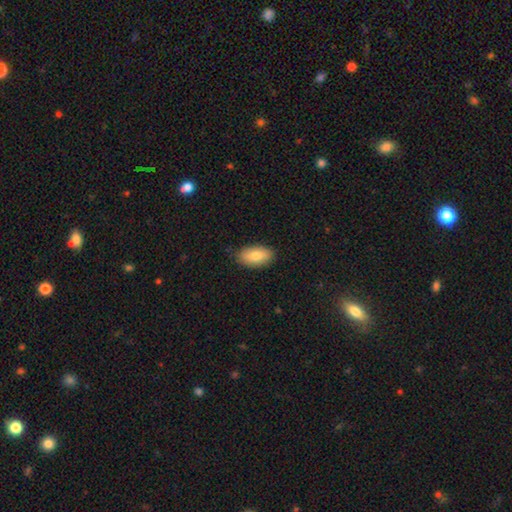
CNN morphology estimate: This appears to be a smooth galaxy with no disk features (80%) that is in between round and cigar-shaped (92%). Merging: none (86%).